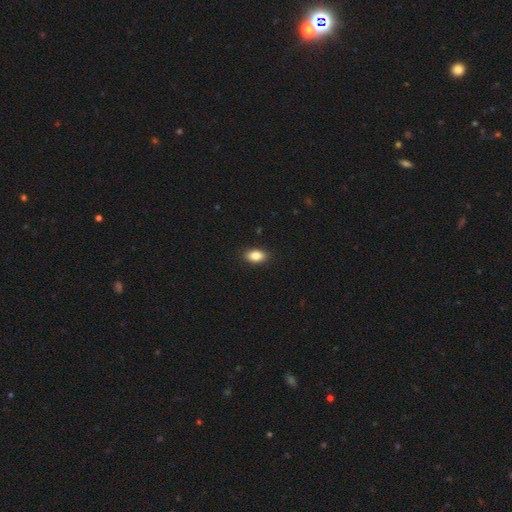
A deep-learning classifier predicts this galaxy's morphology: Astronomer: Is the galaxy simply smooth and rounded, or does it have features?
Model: smooth — 85%.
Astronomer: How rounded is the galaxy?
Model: in between — 89%.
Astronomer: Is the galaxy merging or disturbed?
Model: none — 90%.